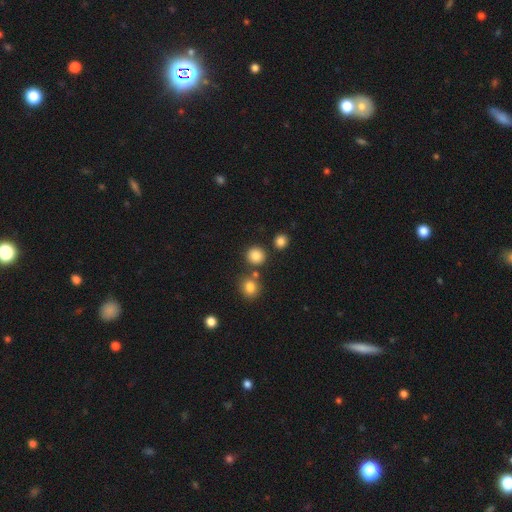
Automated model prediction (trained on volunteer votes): Q: Smooth or featured?
A: smooth (83%); runner-up: star or artifact (12%)
Q: How rounded?
A: round (90%); runner-up: in between (10%)
Q: Merging?
A: none (81%); runner-up: merger (9%)